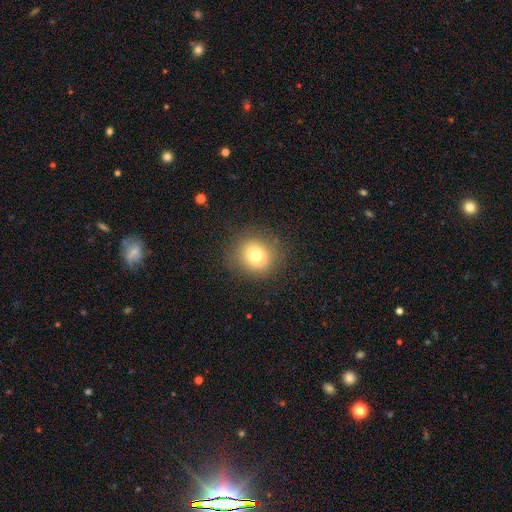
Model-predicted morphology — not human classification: Overall: smooth (73%). How rounded: round (87%). Merging: none (85%).